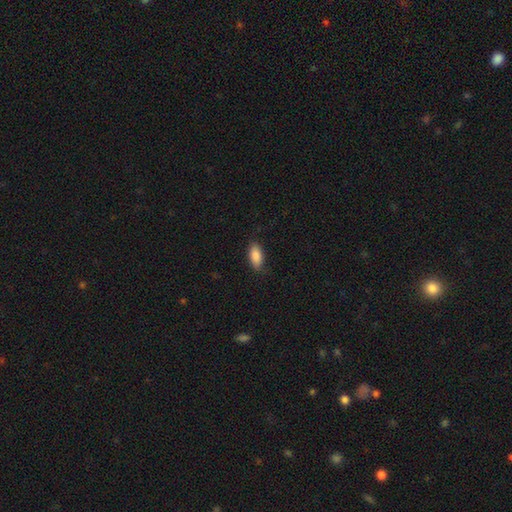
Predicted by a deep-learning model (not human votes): Q: Smooth or featured?
A: smooth (88%); runner-up: star or artifact (7%)
Q: How rounded?
A: in between (89%); runner-up: cigar-shaped (9%)
Q: Merging?
A: none (84%); runner-up: minor disturbance (13%)